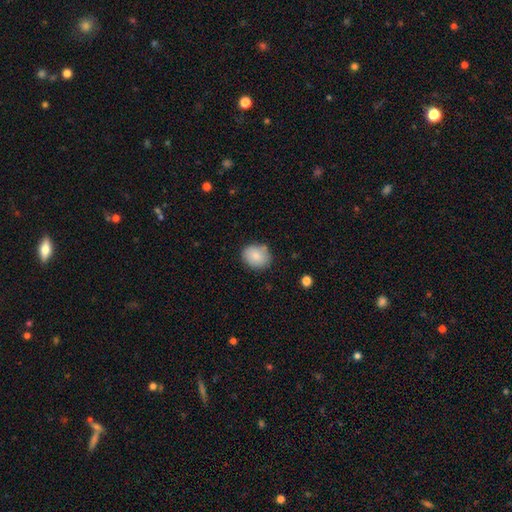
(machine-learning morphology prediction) Smooth or featured: smooth — 83% (featured or disk — 9%)
How rounded: round — 55% (in between — 44%)
Merging: none — 80% (minor disturbance — 14%)